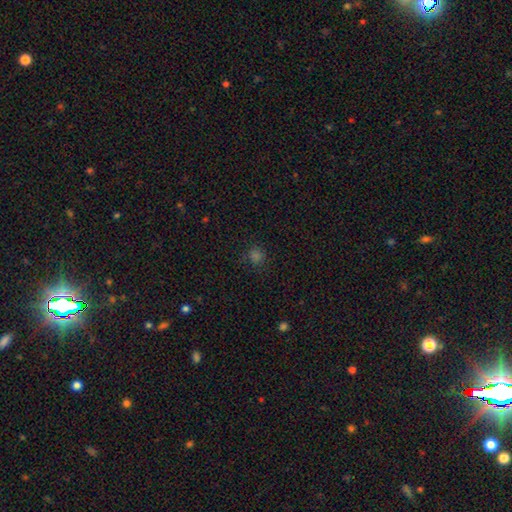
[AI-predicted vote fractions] Smooth or featured: smooth — 65% (star or artifact — 30%)
How rounded: round — 89% (in between — 9%)
Merging: none — 83% (minor disturbance — 11%)